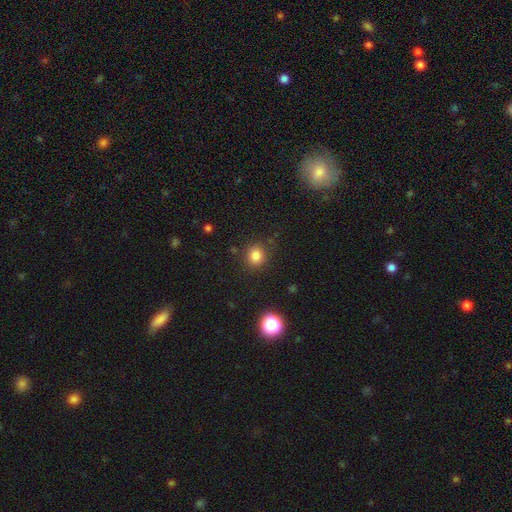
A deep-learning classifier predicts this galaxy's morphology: Smooth or featured? smooth (82%)
How rounded? round (87%)
Merging? none (86%)